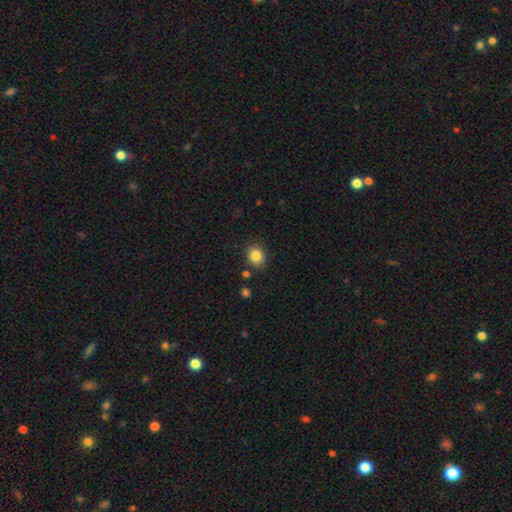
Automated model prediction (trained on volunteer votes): Smooth or featured? Predicted: smooth (p=0.85). How rounded? Predicted: round (p=0.71). Merging? Predicted: none (p=0.84).